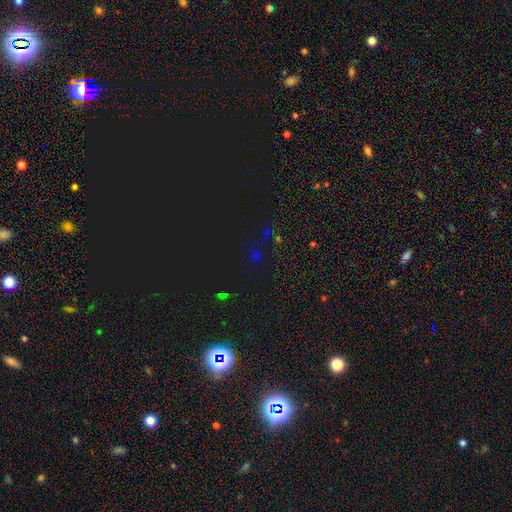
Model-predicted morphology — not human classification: The model was most divided on "smooth or featured": star or artifact: 68%, smooth: 25%, featured or disk: 7%.